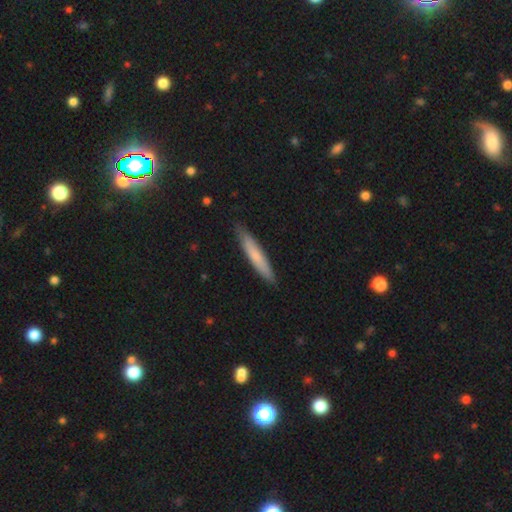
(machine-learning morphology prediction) Smooth or featured?
  - smooth: 71% *
  - featured or disk: 24%
  - star or artifact: 5%
How rounded?
  - cigar-shaped: 92% *
  - in between: 7%
  - round: 1%
Merging?
  - none: 87% *
  - minor disturbance: 11%
  - major disturbance: 2%
  - merger: 1%